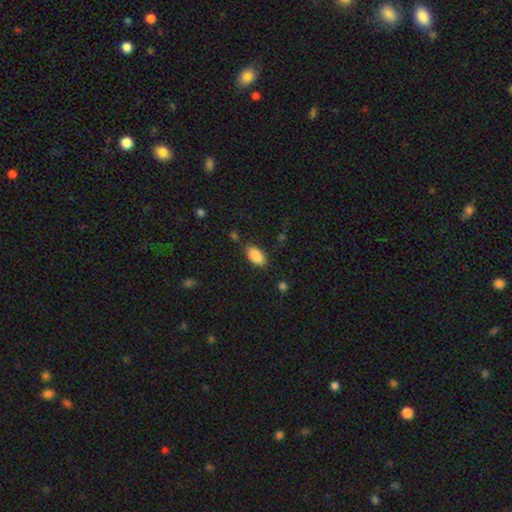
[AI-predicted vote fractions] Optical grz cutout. It shows a smooth galaxy with no disk features (88%) that is in between round and cigar-shaped (93%). Merging: none (77%).